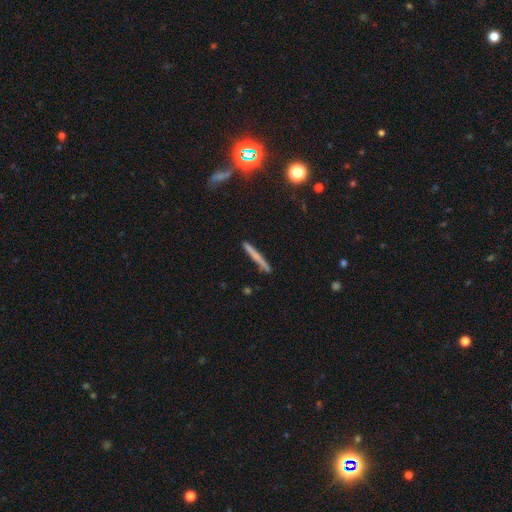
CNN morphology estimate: Overall: smooth (59%; featured or disk 33%). How rounded: cigar-shaped (96%). Merging: none (89%).